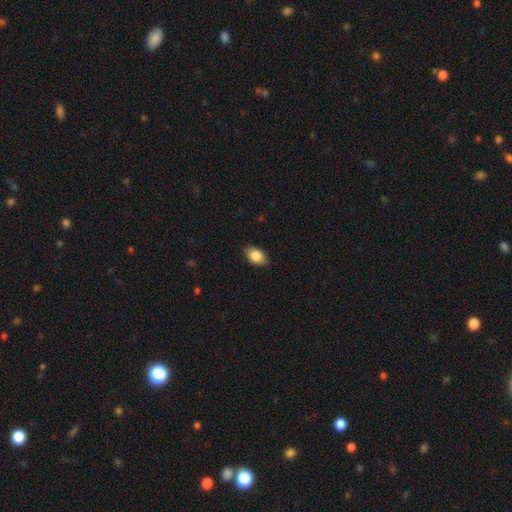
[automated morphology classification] Smooth or featured: smooth — 86% (star or artifact — 7%)
How rounded: in between — 90% (round — 9%)
Merging: none — 87% (minor disturbance — 10%)